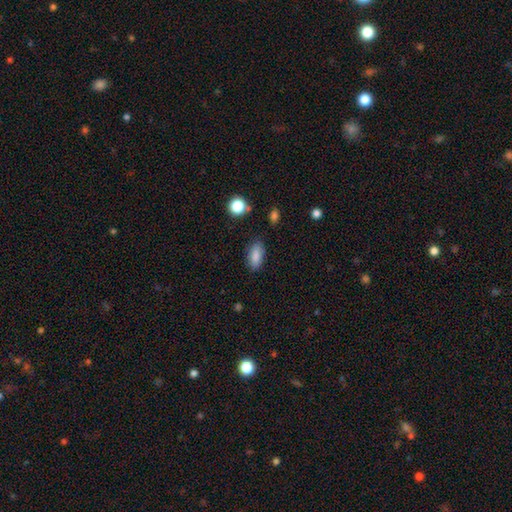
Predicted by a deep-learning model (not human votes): This is clearly a smooth galaxy (86%). How rounded: clearly in between (87%). Merging: clearly none (83%).